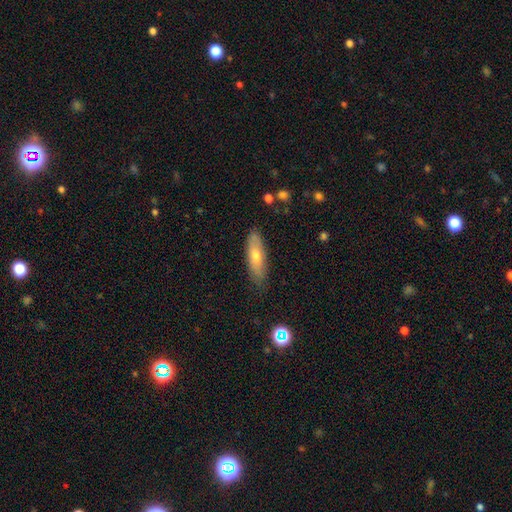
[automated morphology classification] smooth-or-featured: smooth: 59% | featured or disk: 33% | star or artifact: 7%
  how-rounded: cigar-shaped: 52% | in between: 46% | round: 2%
  merging: none: 80% | minor disturbance: 15% | major disturbance: 3% | merger: 2%